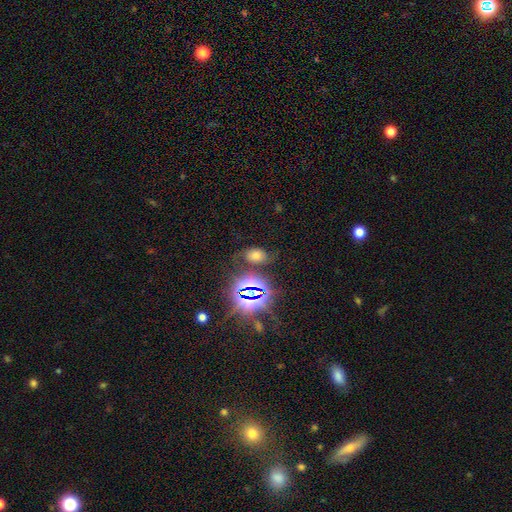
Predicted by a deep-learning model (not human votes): The model was most divided on "smooth or featured": smooth: 48%, star or artifact: 38%, featured or disk: 13%. More confident: merging — none (71%).